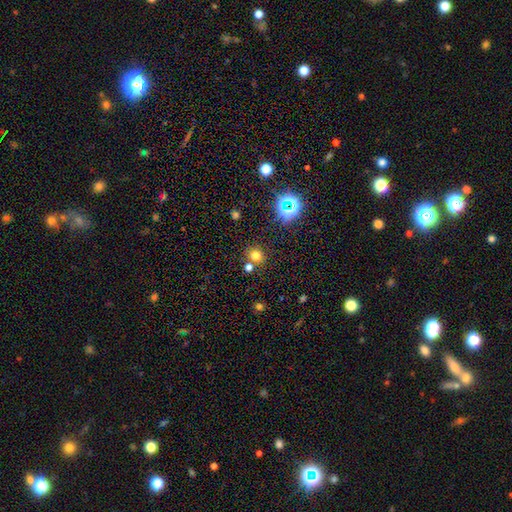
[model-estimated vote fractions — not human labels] The model was most divided on "smooth or featured": smooth: 70%, star or artifact: 22%, featured or disk: 7%. More confident: how rounded — round (80%); merging — none (73%).